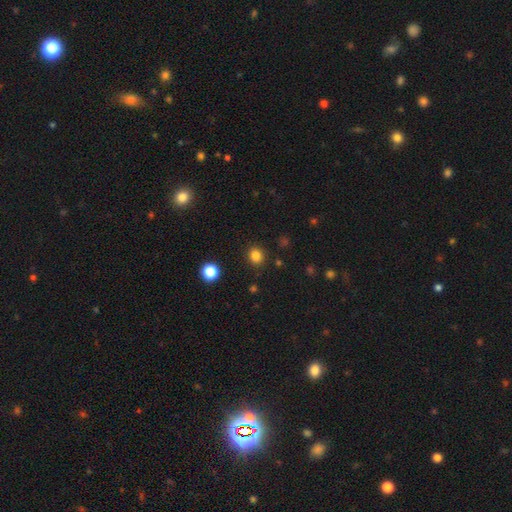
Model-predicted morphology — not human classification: Smooth or featured? Predicted: smooth (p=0.82). How rounded? Predicted: round (p=0.79). Merging? Predicted: none (p=0.89).